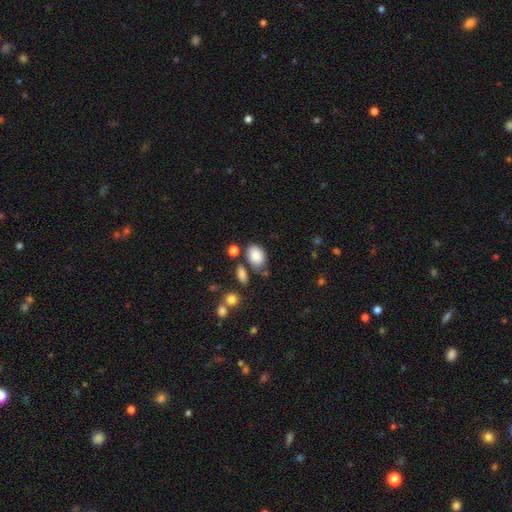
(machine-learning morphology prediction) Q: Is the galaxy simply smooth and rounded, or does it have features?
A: smooth — 85%.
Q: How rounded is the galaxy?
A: in between — 82%.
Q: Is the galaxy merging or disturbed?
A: none — 66%.